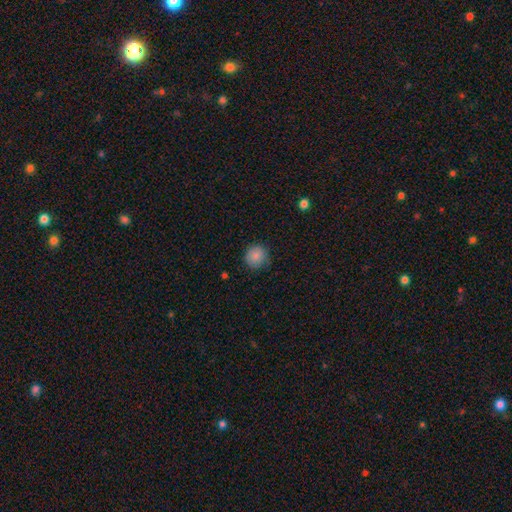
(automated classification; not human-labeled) Smooth or featured: smooth — 85% (star or artifact — 9%)
How rounded: round — 90% (in between — 9%)
Merging: none — 78% (minor disturbance — 17%)